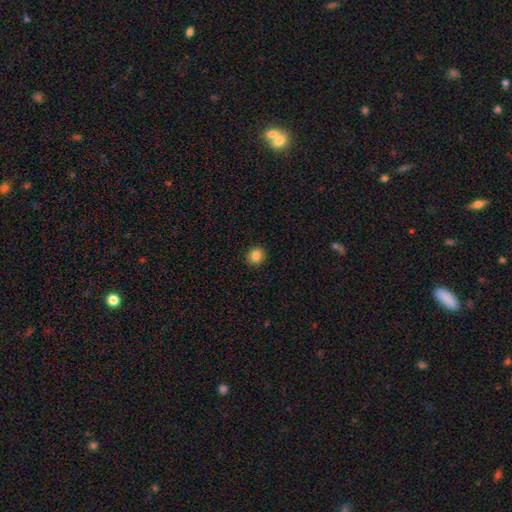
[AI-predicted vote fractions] smooth-or-featured: smooth: 85% | star or artifact: 10% | featured or disk: 4%
  how-rounded: round: 89% | in between: 10% | cigar-shaped: 1%
  merging: none: 92% | minor disturbance: 6% | major disturbance: 2% | merger: 1%